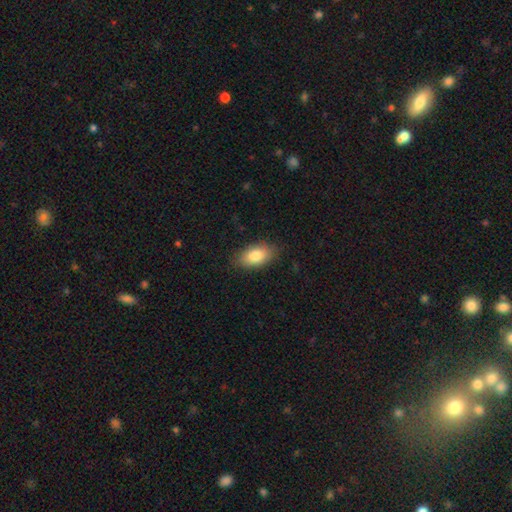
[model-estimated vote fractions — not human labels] Smooth or featured: smooth — 83% (featured or disk — 10%)
How rounded: in between — 91% (round — 5%)
Merging: none — 83% (minor disturbance — 13%)